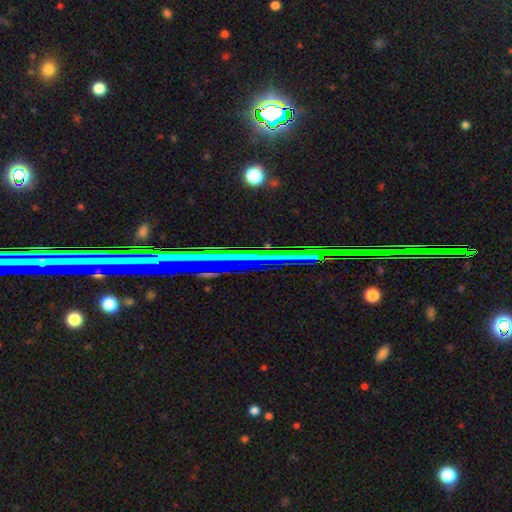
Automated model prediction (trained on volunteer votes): Smooth or featured? Predicted: star or artifact (p=0.72).